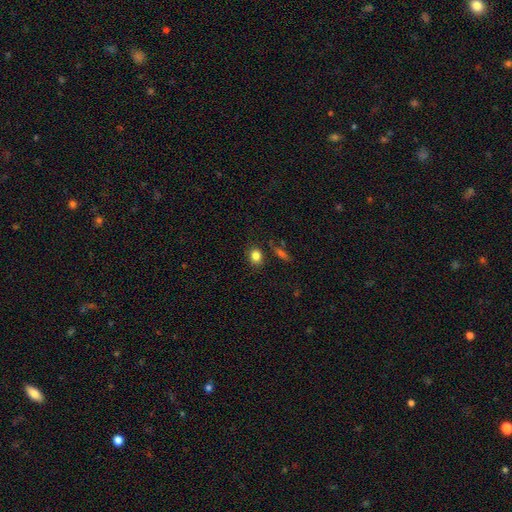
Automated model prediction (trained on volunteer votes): smooth_or_featured: smooth (p=0.83) [alt: star or artifact p=0.11]
how_rounded: round (p=0.64) [alt: in between p=0.35]
merging: none (p=0.84) [alt: minor disturbance p=0.10]